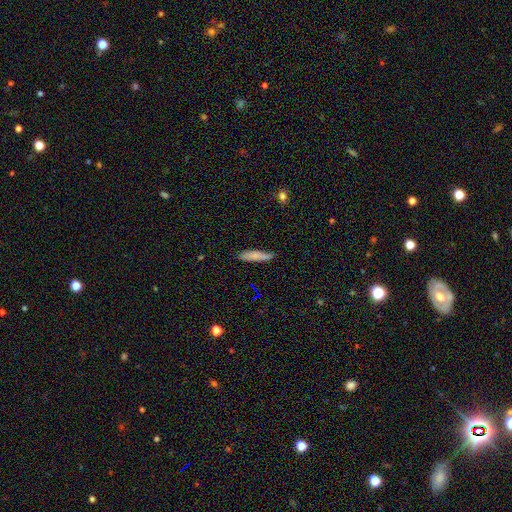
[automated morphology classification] This appears to be a smooth galaxy with no disk features (78%) that is cigar-shaped (75%). Merging: none (72%).